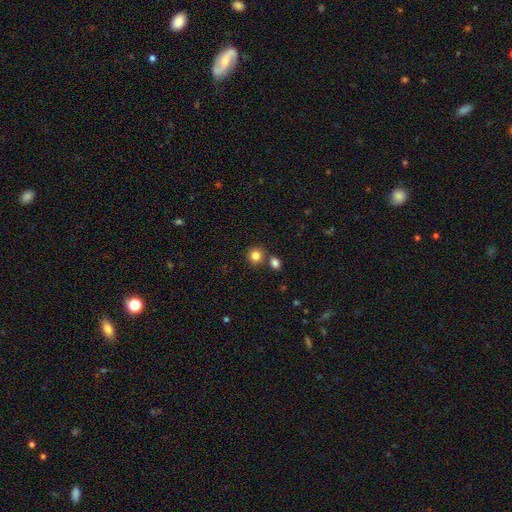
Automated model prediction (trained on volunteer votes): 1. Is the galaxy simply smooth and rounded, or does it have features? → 84% smooth, 11% star or artifact, 5% featured or disk.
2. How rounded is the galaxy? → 86% round, 13% in between, 1% cigar-shaped.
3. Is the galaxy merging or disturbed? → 75% none, 15% merger, 8% minor disturbance, 2% major disturbance.